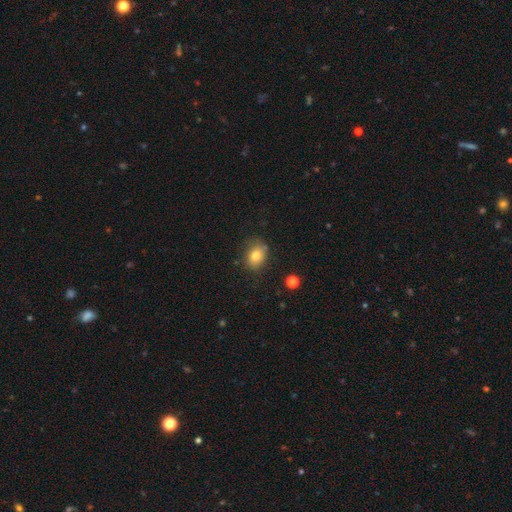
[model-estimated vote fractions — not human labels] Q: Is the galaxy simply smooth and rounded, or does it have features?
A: smooth — 80%.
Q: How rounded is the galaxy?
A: in between — 66%.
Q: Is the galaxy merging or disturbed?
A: none — 75%.